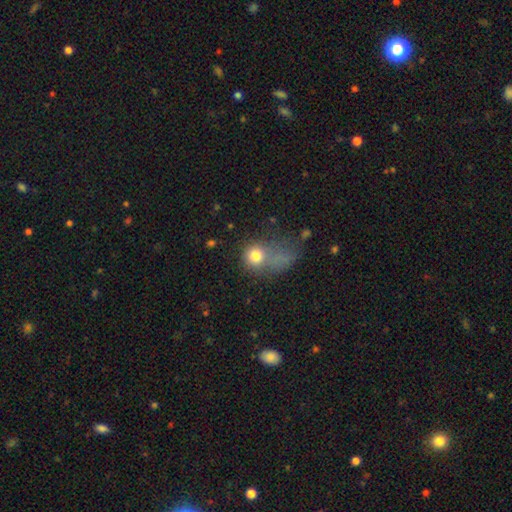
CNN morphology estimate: smooth 74%, star or artifact 13%, featured or disk 13%. Down the decision tree: how rounded — round (73%); merging — major disturbance (39%).